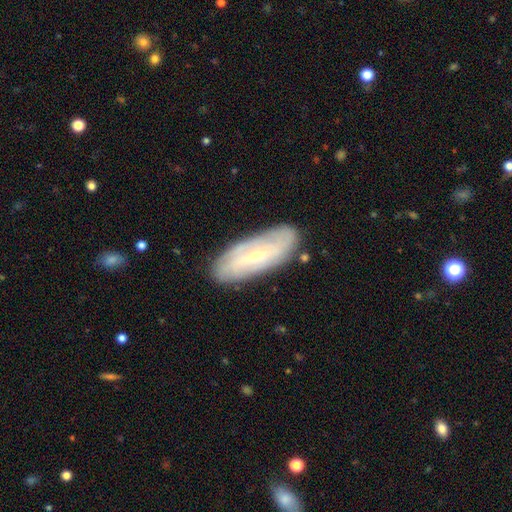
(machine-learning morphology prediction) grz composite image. It shows a featured or disk galaxy (63%) with a weak bar (41%), spiral arms (71%) and a small central bulge (70%). Merging: none (82%).